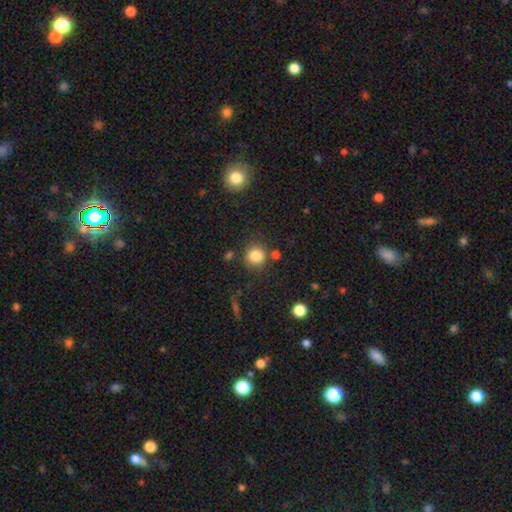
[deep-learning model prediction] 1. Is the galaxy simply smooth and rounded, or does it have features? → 83% smooth, 11% star or artifact, 6% featured or disk.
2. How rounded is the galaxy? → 88% round, 11% in between, 1% cigar-shaped.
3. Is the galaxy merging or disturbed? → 76% none, 12% minor disturbance, 8% merger, 4% major disturbance.